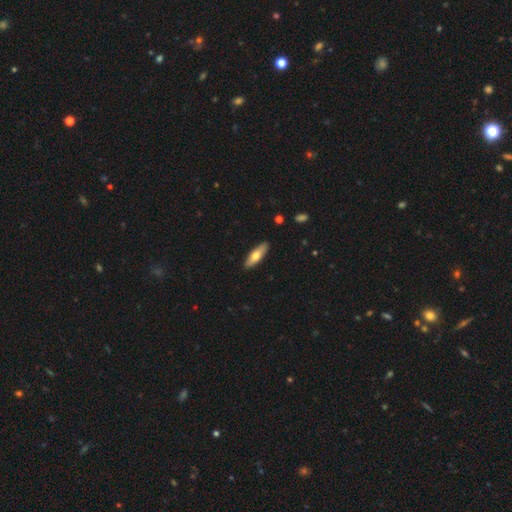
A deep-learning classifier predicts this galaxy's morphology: A smooth galaxy with no disk features (63%) that is cigar-shaped (53%). Merging: none (90%).